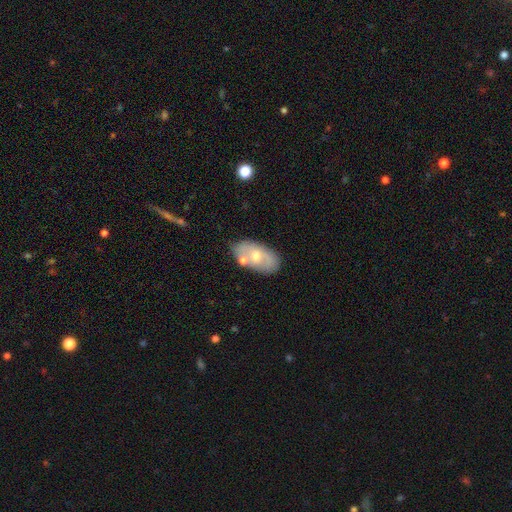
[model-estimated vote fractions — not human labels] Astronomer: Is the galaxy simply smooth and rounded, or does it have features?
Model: featured or disk — 46%, tied with smooth at 46%.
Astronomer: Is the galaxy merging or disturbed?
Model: none — 66%.